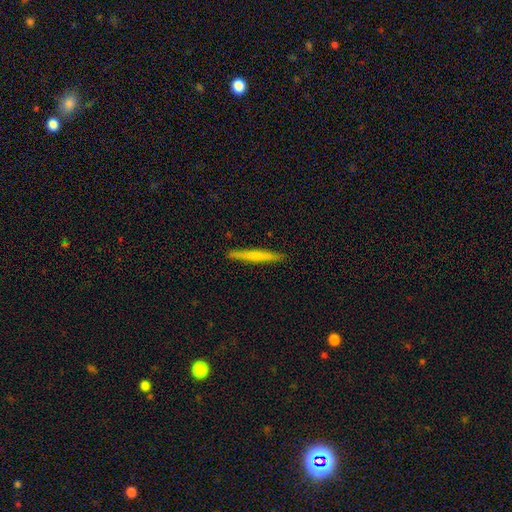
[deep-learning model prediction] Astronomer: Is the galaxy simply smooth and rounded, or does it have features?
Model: smooth — 63%.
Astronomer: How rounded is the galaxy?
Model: cigar-shaped — 96%.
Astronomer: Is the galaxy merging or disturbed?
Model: none — 92%.